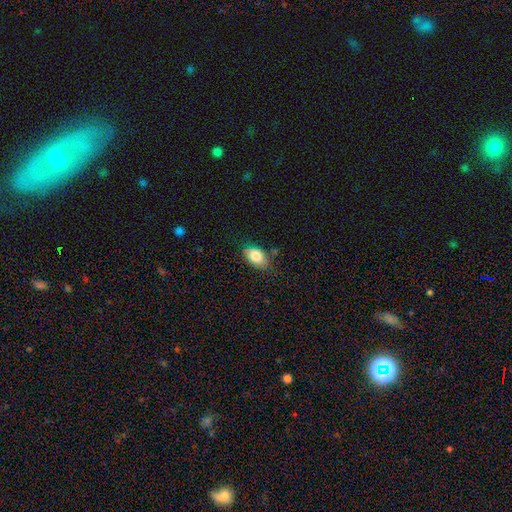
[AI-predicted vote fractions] A smooth galaxy with no disk features (81%) that is in between round and cigar-shaped (88%). Merging: none (72%).